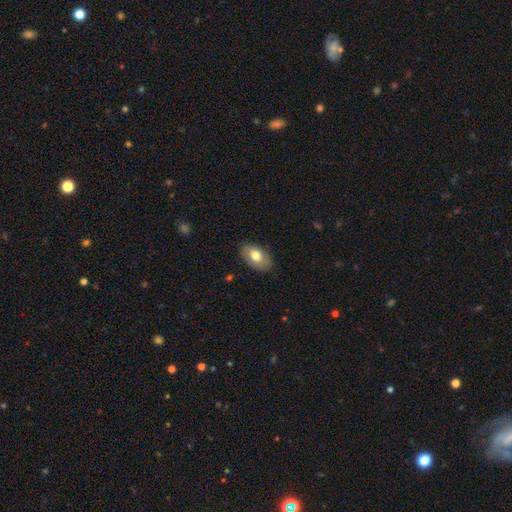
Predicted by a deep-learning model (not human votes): Overall: smooth (74%). How rounded: in between (92%). Merging: none (83%).